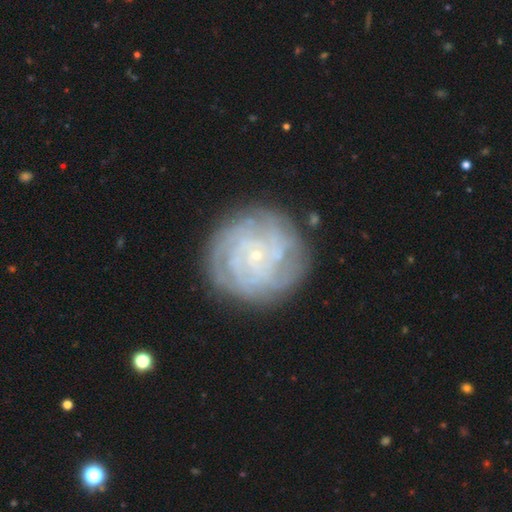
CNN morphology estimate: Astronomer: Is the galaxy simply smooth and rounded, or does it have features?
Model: featured or disk — 79%.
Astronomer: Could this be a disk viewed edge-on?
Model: no — 97%.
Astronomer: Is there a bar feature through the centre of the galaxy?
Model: no — 80%.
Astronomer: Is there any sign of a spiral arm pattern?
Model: yes — 91%.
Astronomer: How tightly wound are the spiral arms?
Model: tight — 79%.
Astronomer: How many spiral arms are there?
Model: can't tell — 39% (runner-up: 4, 19%).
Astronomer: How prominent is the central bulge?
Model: small — 89%.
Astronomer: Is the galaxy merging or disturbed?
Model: none — 80%.